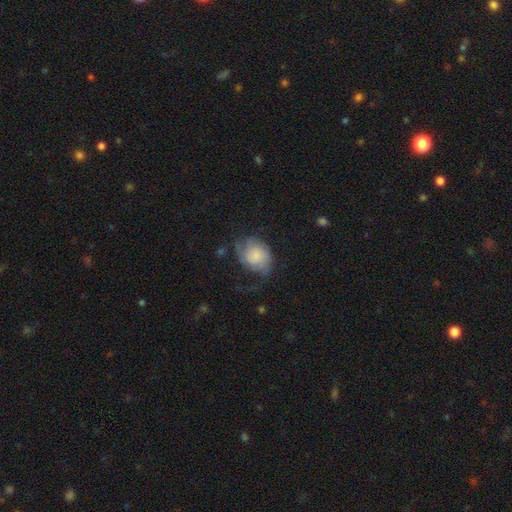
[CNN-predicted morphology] Smooth or featured? smooth (51%)
How rounded? in between (54%)
Merging? none (40%)